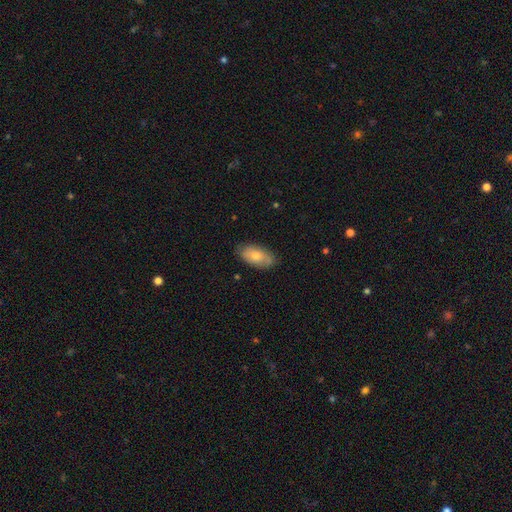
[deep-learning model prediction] smooth-or-featured: smooth: 72% | featured or disk: 22% | star or artifact: 6%
  how-rounded: in between: 92% | cigar-shaped: 5% | round: 3%
  merging: none: 76% | minor disturbance: 19% | major disturbance: 3% | merger: 2%